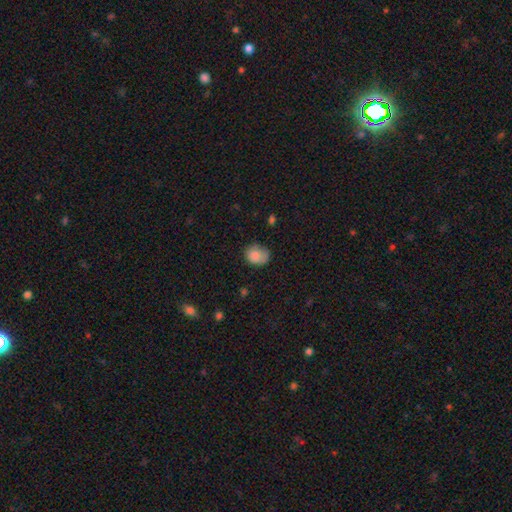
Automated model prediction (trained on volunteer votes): The model was most divided on "how rounded": round: 55%, in between: 44%, cigar-shaped: 1%. More confident: smooth or featured — smooth (83%); merging — none (59%).